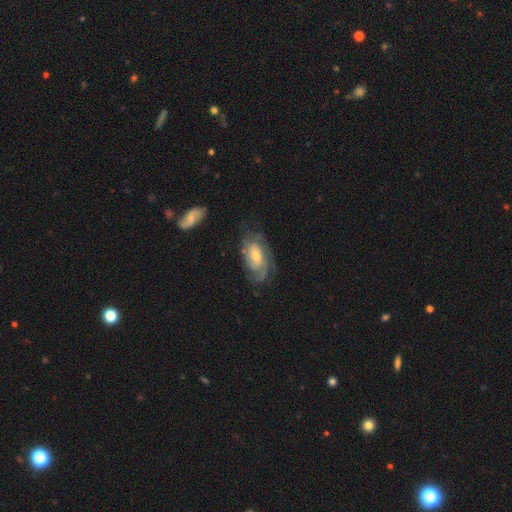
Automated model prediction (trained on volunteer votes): Overall: featured or disk (77%). Edge-on disk: no (94%). Bar: no (58%; weak 34%). Spiral arms: yes (92%). Spiral arm count: can't tell (41%; 2 23%). Spiral winding: tight (57%; medium 33%). Bulge size: moderate (50%; small 42%). Merging: none (65%).